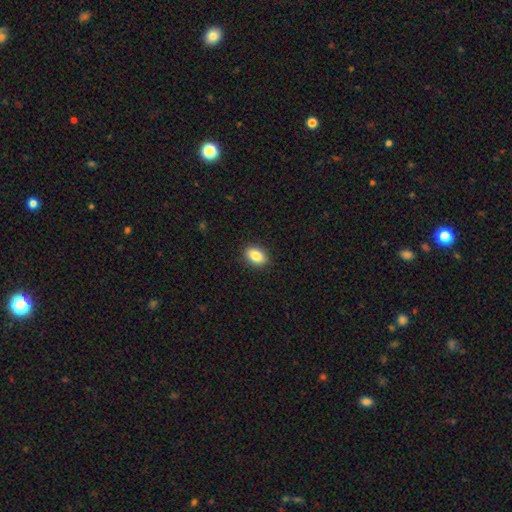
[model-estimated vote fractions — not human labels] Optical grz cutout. It shows a smooth galaxy with no disk features (86%) that is in between round and cigar-shaped (83%). Merging: none (90%).